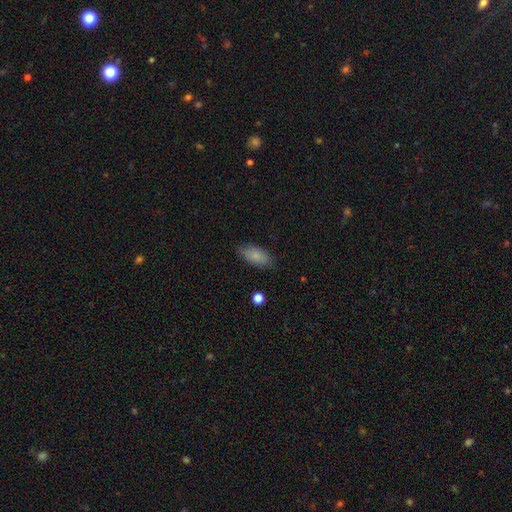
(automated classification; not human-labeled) This appears to be a smooth galaxy with no disk features (85%) that is in between round and cigar-shaped (89%). Merging: none (82%).